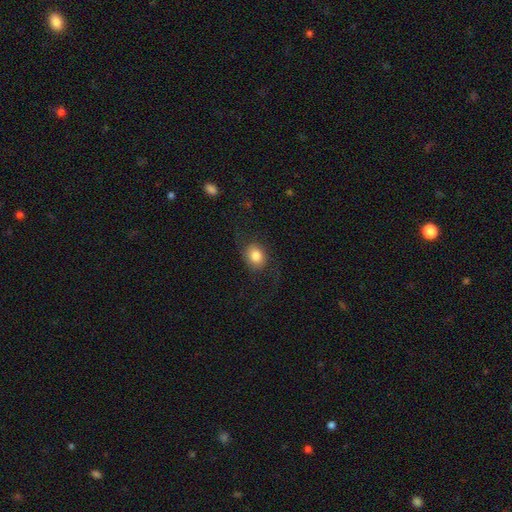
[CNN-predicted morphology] Overall: smooth (78%). How rounded: round (56%; in between 43%). Merging: none (70%).